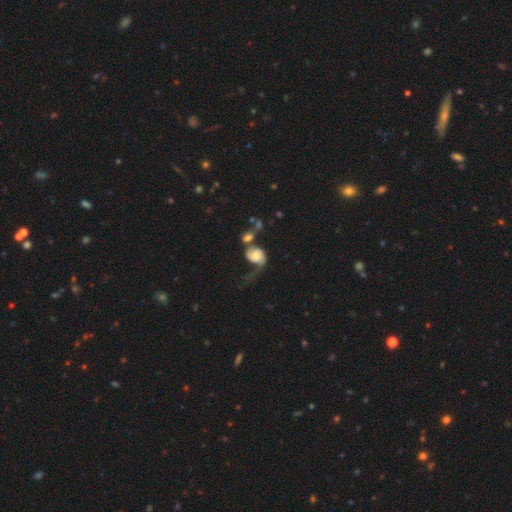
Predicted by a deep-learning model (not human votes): Morphology: type=featured or disk (59%); edge-on=no (97%); bar=no (72%); spiral arms=yes (87%); bulge=moderate (31%); merging=major disturbance (36%).